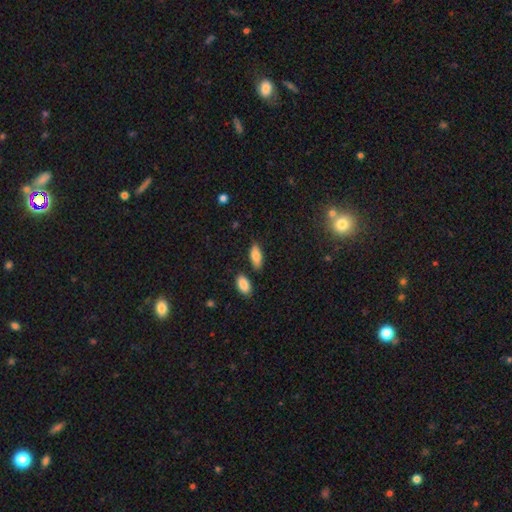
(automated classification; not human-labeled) A smooth galaxy with no disk features (83%) that is in between round and cigar-shaped (86%).

Vote fractions:
- Smooth or featured? smooth: 83% / featured or disk: 10% / star or artifact: 7%
- How rounded? in between: 86% / cigar-shaped: 11% / round: 3%
- Merging? none: 80% / minor disturbance: 11% / merger: 6% / major disturbance: 3%